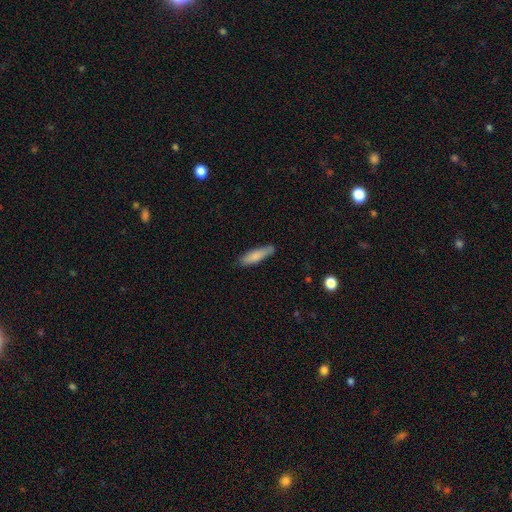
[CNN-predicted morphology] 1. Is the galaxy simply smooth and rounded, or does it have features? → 82% smooth, 12% featured or disk, 6% star or artifact.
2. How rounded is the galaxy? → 72% cigar-shaped, 27% in between, 1% round.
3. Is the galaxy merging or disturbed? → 82% none, 14% minor disturbance, 2% major disturbance, 2% merger.